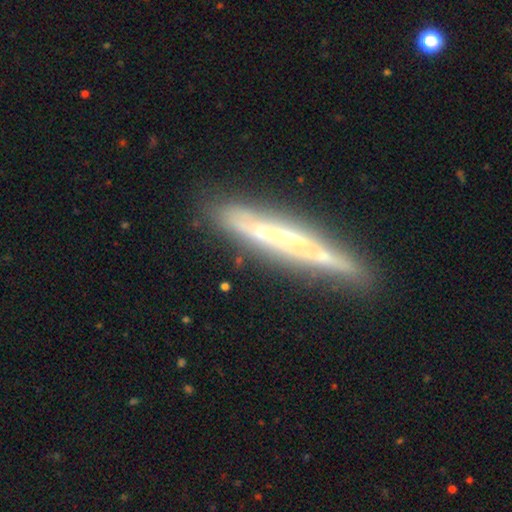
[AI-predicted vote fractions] Smooth or featured?
  - featured or disk: 74% *
  - smooth: 18%
  - star or artifact: 7%
Edge-on disk?
  - yes: 86% *
  - no: 14%
Edge-on bulge?
  - none: 62% *
  - rounded: 30%
  - boxy: 8%
Merging?
  - none: 79% *
  - minor disturbance: 14%
  - major disturbance: 3%
  - merger: 3%